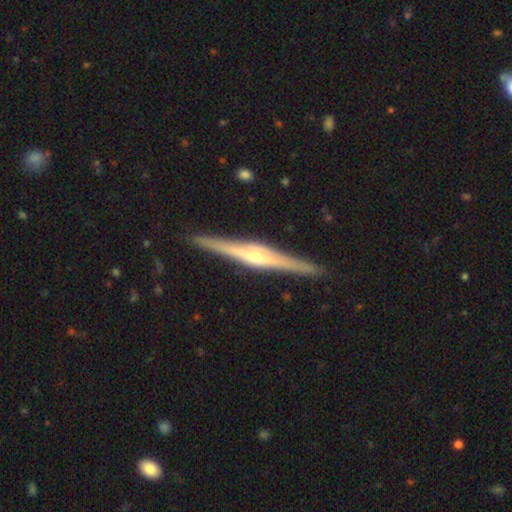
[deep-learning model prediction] featured or disk 84%, smooth 11%, star or artifact 5%. Down the decision tree: edge-on disk — yes (98%); edge-on bulge — rounded (76%); merging — none (92%).